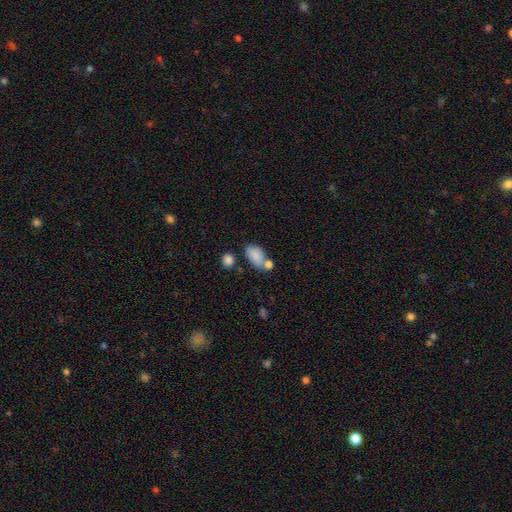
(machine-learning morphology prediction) smooth 83%, featured or disk 8%, star or artifact 8%. Down the decision tree: how rounded — in between (90%); merging — none (48%).